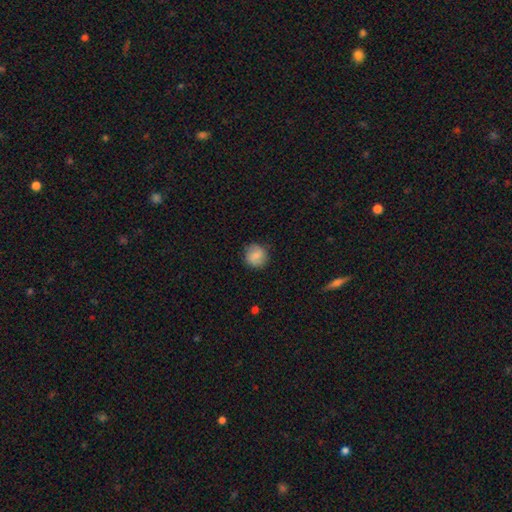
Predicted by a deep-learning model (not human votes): This appears to be a smooth galaxy with no disk features (80%) that is round (90%). Merging: none (86%).